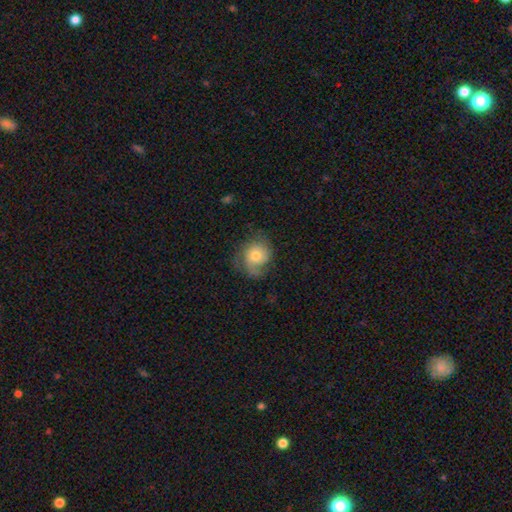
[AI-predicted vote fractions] smooth-or-featured: featured or disk: 47% | smooth: 45% | star or artifact: 8%
  merging: none: 58% | minor disturbance: 24% | major disturbance: 17% | merger: 1%